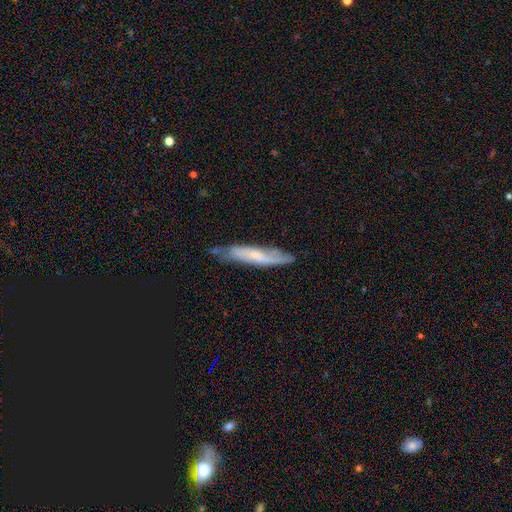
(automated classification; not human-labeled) Smooth or featured? Predicted: featured or disk (p=0.57). Edge-on disk? Predicted: yes (p=0.53). Merging? Predicted: none (p=0.68).